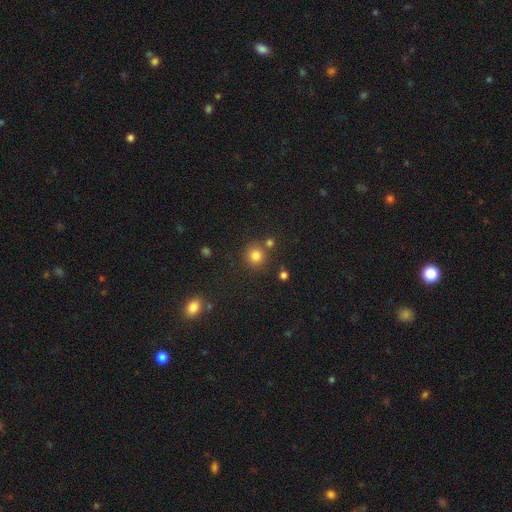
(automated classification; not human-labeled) A smooth galaxy with no disk features (81%) that is round (91%).

Vote fractions:
- Smooth or featured? smooth: 81% / star or artifact: 14% / featured or disk: 6%
- How rounded? round: 91% / in between: 8% / cigar-shaped: 1%
- Merging? none: 75% / merger: 12% / minor disturbance: 9% / major disturbance: 3%